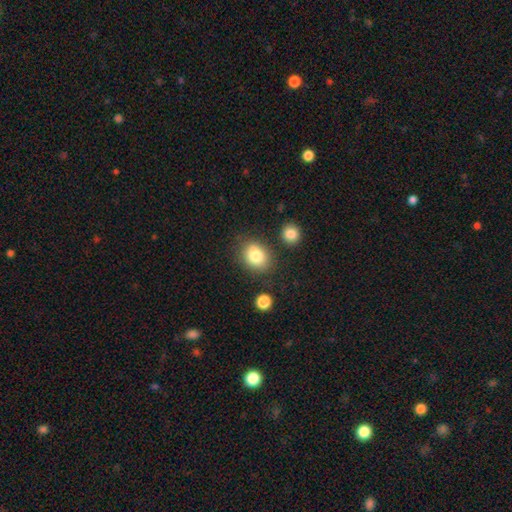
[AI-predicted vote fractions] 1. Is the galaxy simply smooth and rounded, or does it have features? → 81% smooth, 10% star or artifact, 9% featured or disk.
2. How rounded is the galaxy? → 52% round, 47% in between, 1% cigar-shaped.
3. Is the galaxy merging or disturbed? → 73% none, 15% minor disturbance, 8% merger, 4% major disturbance.